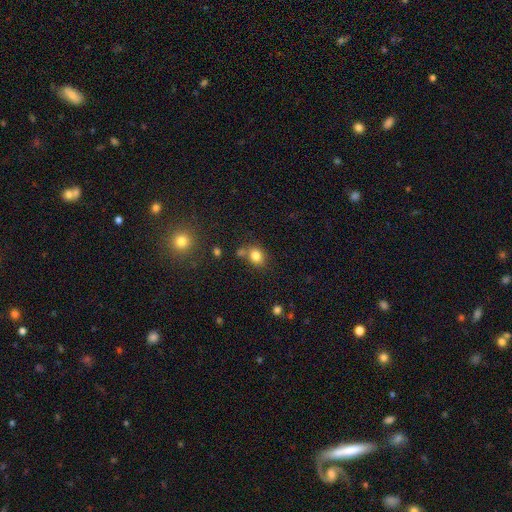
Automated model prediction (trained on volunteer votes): Smooth or featured? smooth (81%)
How rounded? round (56%)
Merging? none (62%)